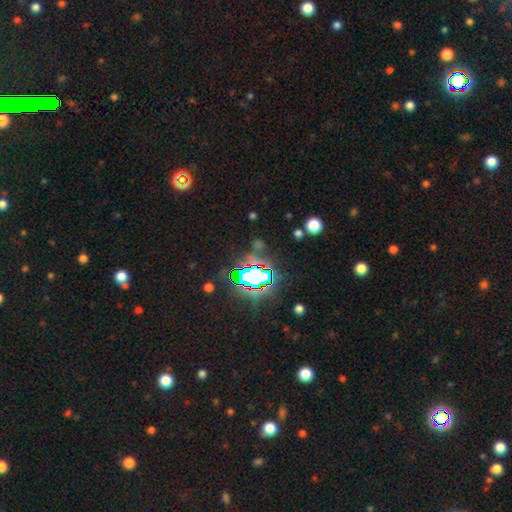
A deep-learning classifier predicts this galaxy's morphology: Overall: star or artifact (83%).